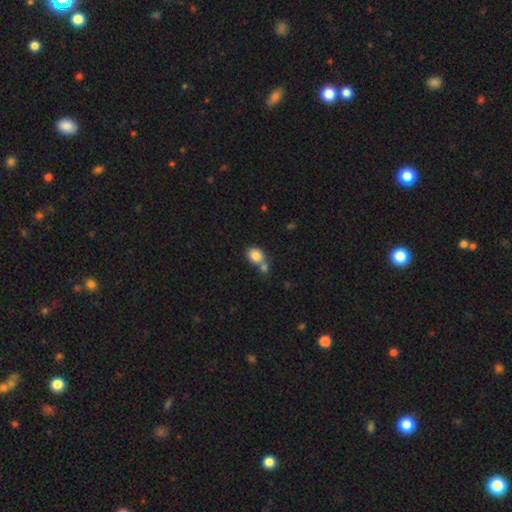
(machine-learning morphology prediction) This appears to be a smooth galaxy with no disk features (84%) that is round (52%). Merging: merger (44%).